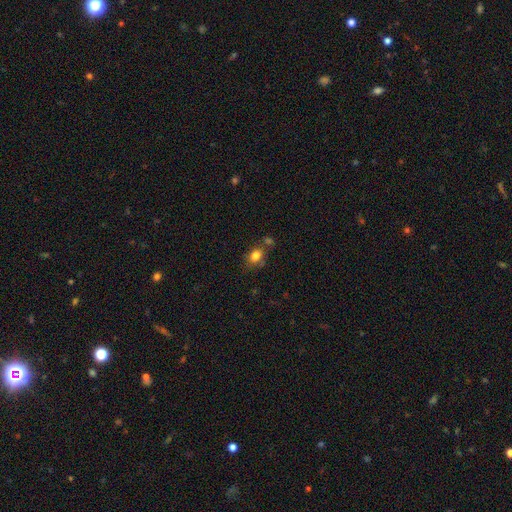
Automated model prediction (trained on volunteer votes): A smooth galaxy with no disk features (80%) that is in between round and cigar-shaped (60%).

Vote fractions:
- Smooth or featured? smooth: 80% / star or artifact: 11% / featured or disk: 9%
- How rounded? in between: 60% / round: 38% / cigar-shaped: 1%
- Merging? none: 60% / minor disturbance: 19% / merger: 15% / major disturbance: 6%